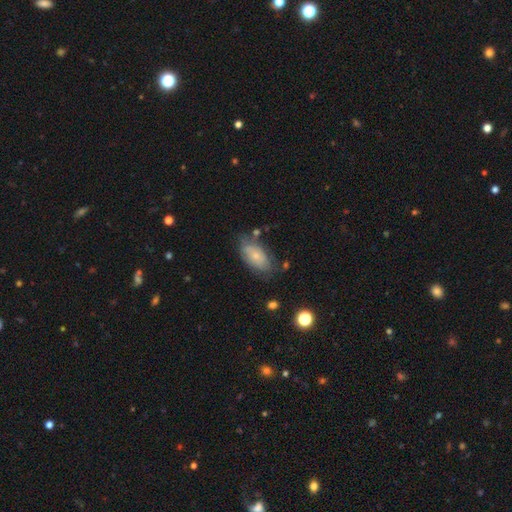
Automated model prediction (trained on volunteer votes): A smooth galaxy with no disk features (65%) that is in between round and cigar-shaped (92%). Merging: none (64%).